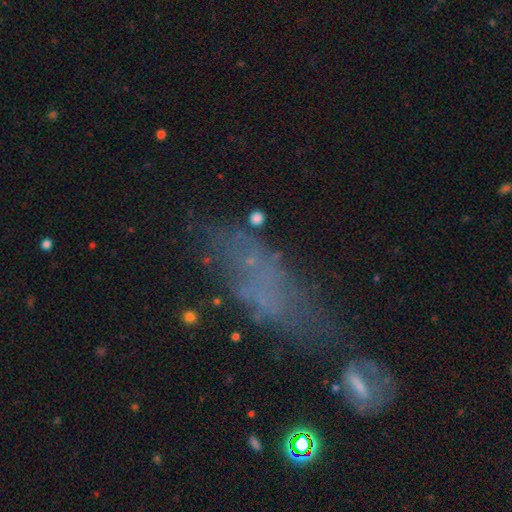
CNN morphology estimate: type=smooth (43%); merging=none (50%).